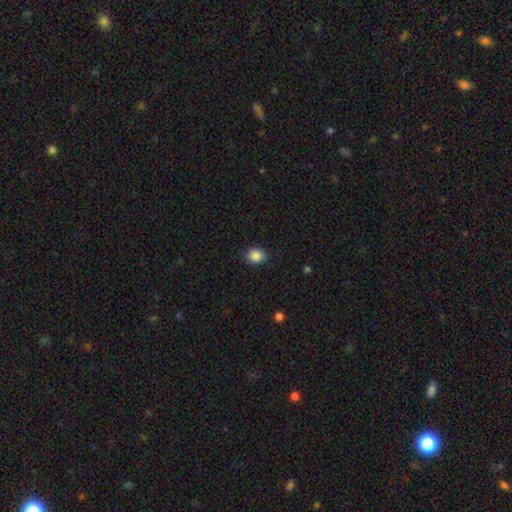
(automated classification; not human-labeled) This is clearly a smooth galaxy (88%). How rounded: likely round (68%). Merging: clearly none (87%).